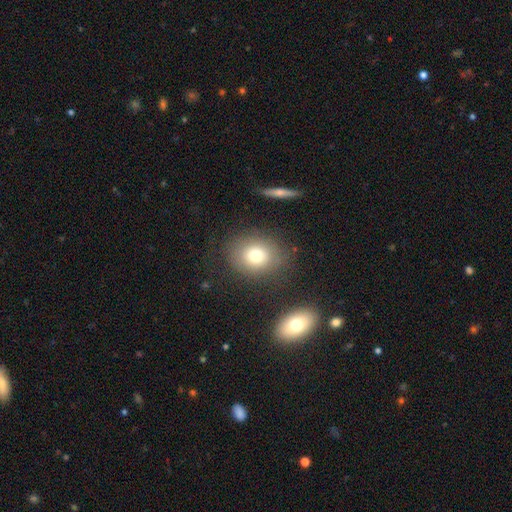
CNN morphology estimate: Smooth or featured? Predicted: smooth (p=0.73). How rounded? Predicted: round (p=0.59). Merging? Predicted: none (p=0.77).